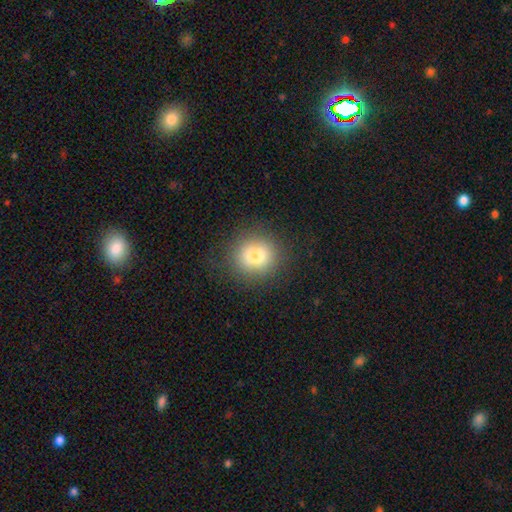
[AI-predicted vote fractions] smooth-or-featured: smooth: 78% | star or artifact: 12% | featured or disk: 10%
  how-rounded: round: 87% | in between: 12% | cigar-shaped: 1%
  merging: none: 86% | minor disturbance: 9% | major disturbance: 4% | merger: 1%